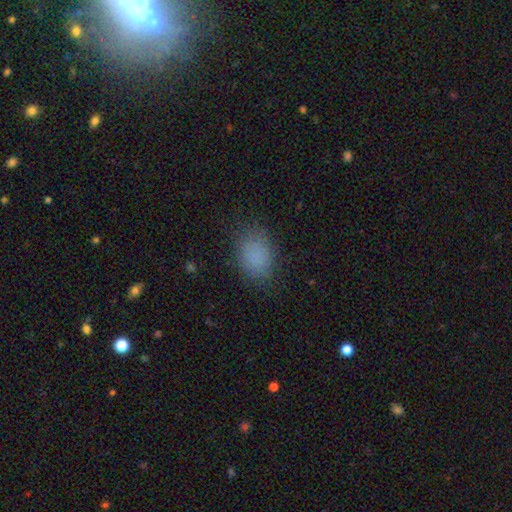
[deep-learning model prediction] Q: Smooth or featured?
A: smooth (85%); runner-up: star or artifact (10%)
Q: How rounded?
A: in between (73%); runner-up: round (25%)
Q: Merging?
A: none (80%); runner-up: minor disturbance (15%)